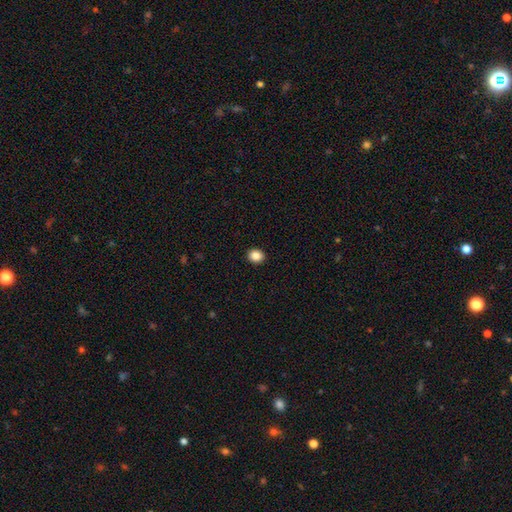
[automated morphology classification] A smooth galaxy with no disk features (86%) that is round (68%). Merging: none (93%).